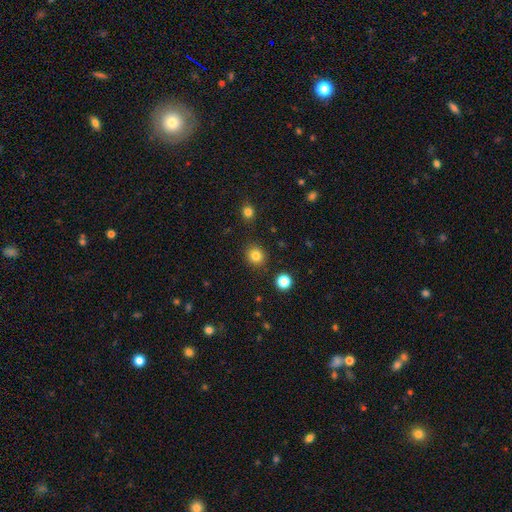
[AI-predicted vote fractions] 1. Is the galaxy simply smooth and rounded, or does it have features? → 83% smooth, 12% star or artifact, 5% featured or disk.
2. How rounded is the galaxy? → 83% round, 16% in between, 1% cigar-shaped.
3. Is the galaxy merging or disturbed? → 89% none, 7% minor disturbance, 2% major disturbance, 2% merger.